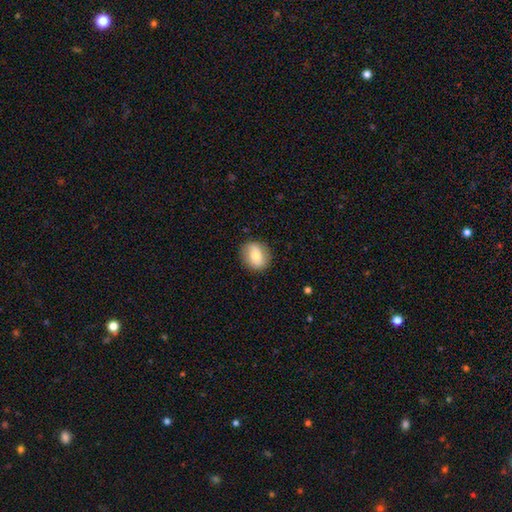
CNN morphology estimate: smooth_or_featured: smooth (p=0.67) [alt: featured or disk p=0.26]
how_rounded: round (p=0.62) [alt: in between p=0.37]
merging: none (p=0.85) [alt: minor disturbance p=0.11]